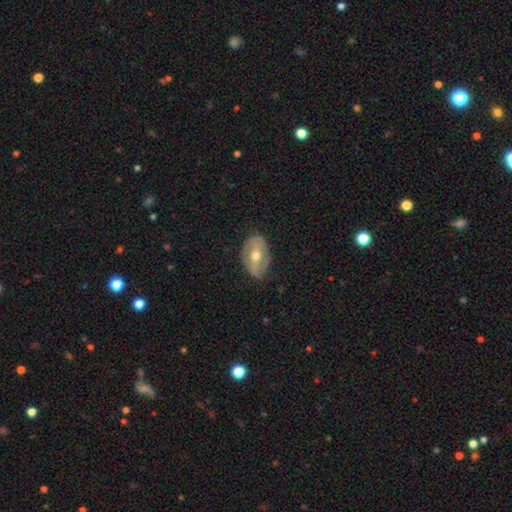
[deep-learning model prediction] Smooth or featured? featured or disk (63%)
Edge-on disk? no (92%)
Bar? weak (37%)
Spiral arms? yes (59%)
Bulge size? moderate (76%)
Merging? none (73%)